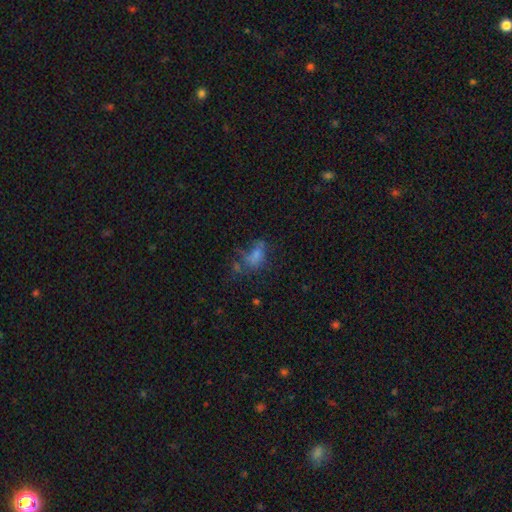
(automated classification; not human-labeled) smooth-or-featured: smooth: 52% | featured or disk: 29% | star or artifact: 19%
  how-rounded: in between: 79% | round: 17% | cigar-shaped: 4%
  merging: major disturbance: 37% | none: 29% | minor disturbance: 19% | merger: 15%